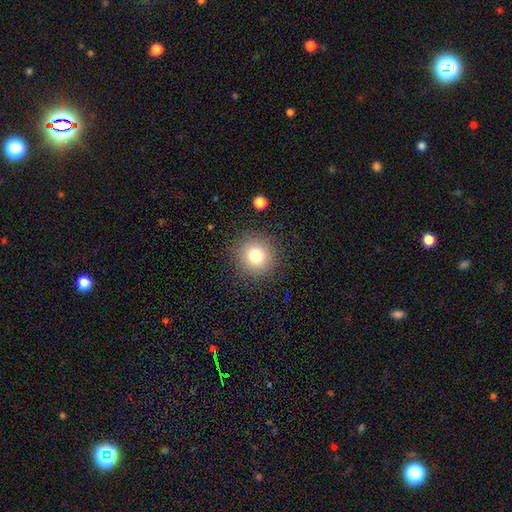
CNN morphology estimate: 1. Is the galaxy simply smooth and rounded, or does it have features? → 81% smooth, 12% star or artifact, 8% featured or disk.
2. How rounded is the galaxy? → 94% round, 5% in between, 1% cigar-shaped.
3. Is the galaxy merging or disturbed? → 89% none, 7% minor disturbance, 3% major disturbance, 2% merger.